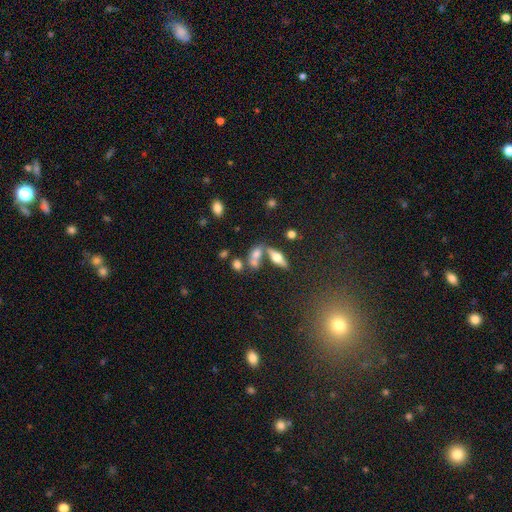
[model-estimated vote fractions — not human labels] Smooth or featured?
  - smooth: 53% *
  - featured or disk: 34%
  - star or artifact: 13%
How rounded?
  - in between: 67% *
  - cigar-shaped: 23%
  - round: 10%
Merging?
  - none: 43% *
  - merger: 39%
  - minor disturbance: 11%
  - major disturbance: 6%